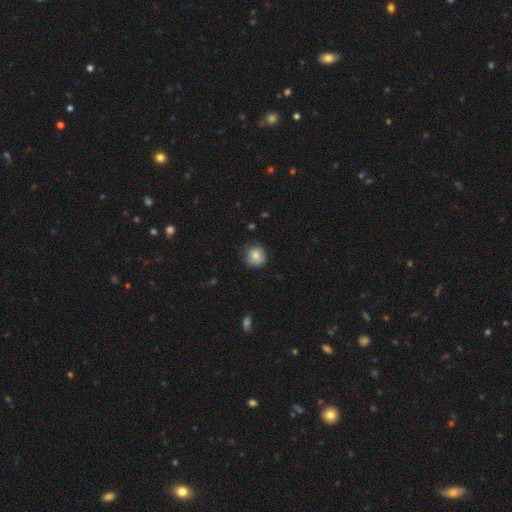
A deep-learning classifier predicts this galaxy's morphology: smooth 76%, featured or disk 15%, star or artifact 8%. Down the decision tree: how rounded — round (85%); merging — none (71%).